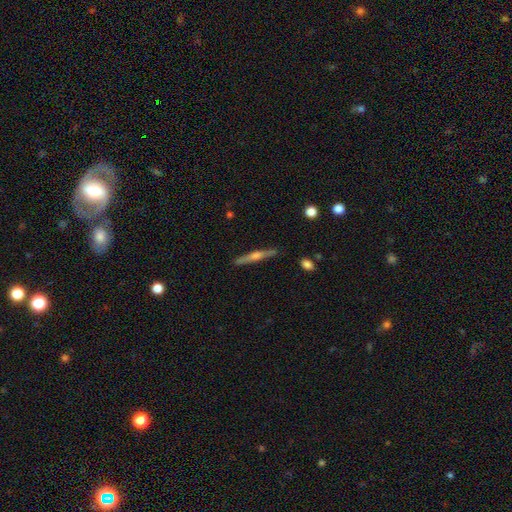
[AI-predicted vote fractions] Smooth or featured?
  - featured or disk: 65% *
  - smooth: 29%
  - star or artifact: 6%
Edge-on disk?
  - yes: 98% *
  - no: 2%
Edge-on bulge?
  - rounded: 77% *
  - boxy: 12%
  - none: 11%
Merging?
  - none: 89% *
  - minor disturbance: 8%
  - major disturbance: 2%
  - merger: 2%